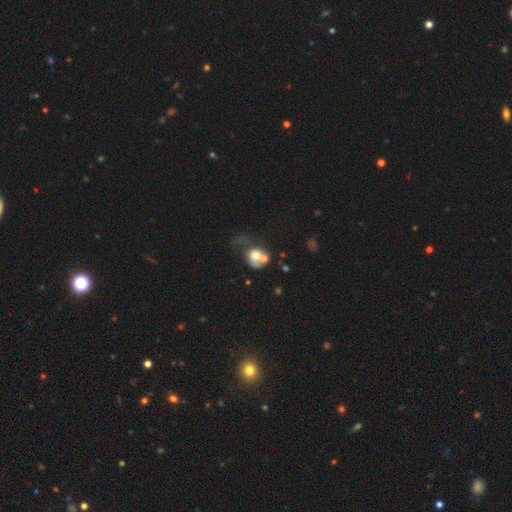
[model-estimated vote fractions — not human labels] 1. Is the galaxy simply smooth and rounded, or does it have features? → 59% smooth, 31% featured or disk, 11% star or artifact.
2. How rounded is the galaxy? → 58% round, 41% in between, 1% cigar-shaped.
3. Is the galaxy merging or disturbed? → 40% merger, 29% major disturbance, 18% none, 13% minor disturbance.